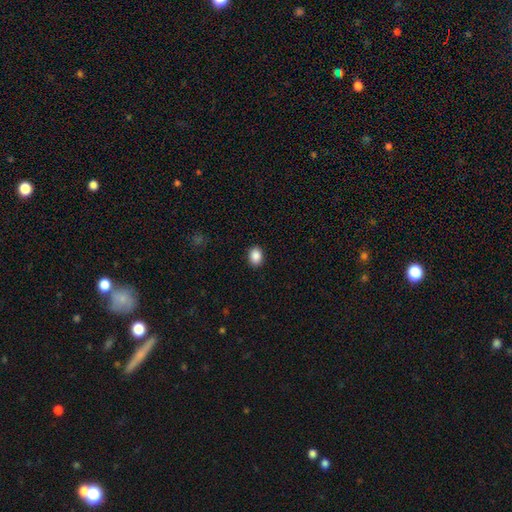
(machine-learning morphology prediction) Overall: smooth (89%). How rounded: in between (66%; round 34%). Merging: none (90%).